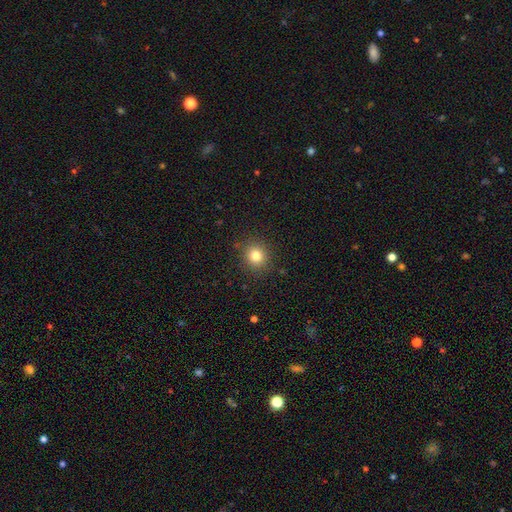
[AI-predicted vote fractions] Smooth or featured? smooth (80%)
How rounded? round (86%)
Merging? none (89%)